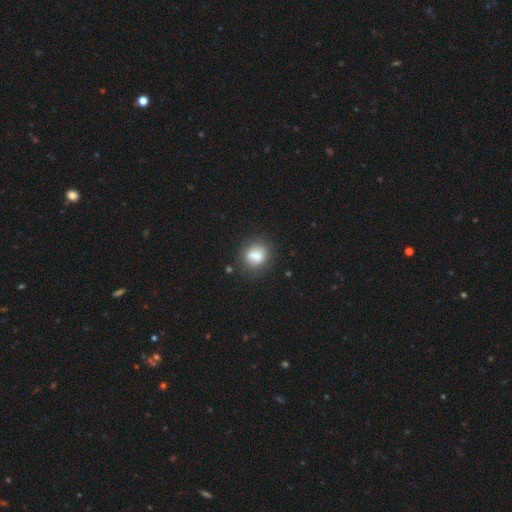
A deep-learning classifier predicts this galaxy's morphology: Q: Smooth or featured?
A: smooth (79%); runner-up: featured or disk (12%)
Q: How rounded?
A: round (62%); runner-up: in between (37%)
Q: Merging?
A: none (71%); runner-up: minor disturbance (17%)